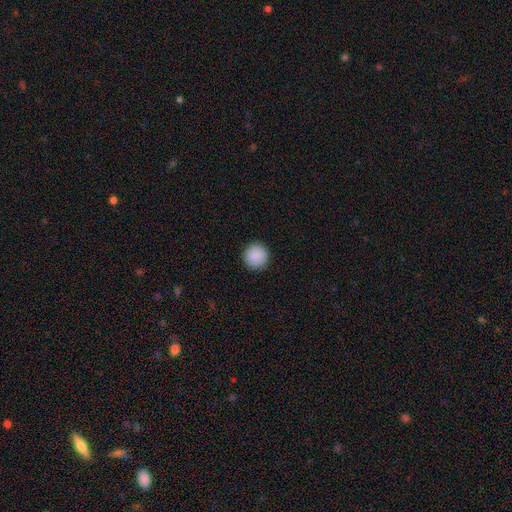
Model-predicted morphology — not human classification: This appears to be a smooth galaxy with no disk features (90%) that is round (95%). Merging: none (92%).